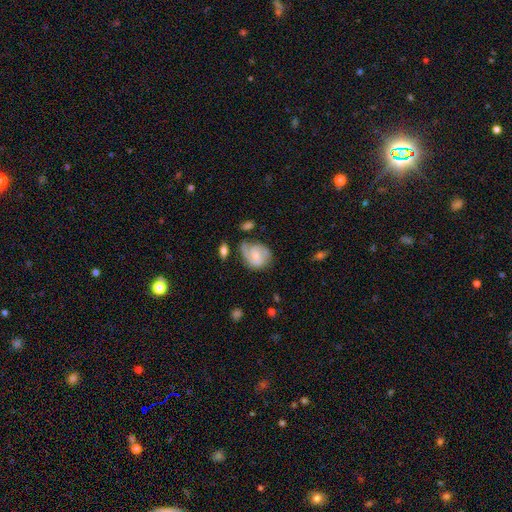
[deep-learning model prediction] A featured or disk galaxy (66%) with no bar (63%), 2 (50%) tight (42%) spiral arms (87%) and a small central bulge (57%).

Vote fractions:
- Smooth or featured? featured or disk: 66% / smooth: 28% / star or artifact: 7%
- Edge-on disk? no: 97% / yes: 3%
- Bar? no: 63% / weak: 31% / strong: 6%
- Spiral arms? yes: 87% / no: 13%
- Spiral winding? tight: 42% / medium: 40% / loose: 18%
- Spiral arm count? 2: 50% / can't tell: 19% / 1: 18% / 3: 10% / 4: 2% / more than 4: 2%
- Bulge size? small: 57% / moderate: 37% / none: 3% / large: 2% / dominant: 1%
- Merging? none: 53% / minor disturbance: 27% / major disturbance: 15% / merger: 5%